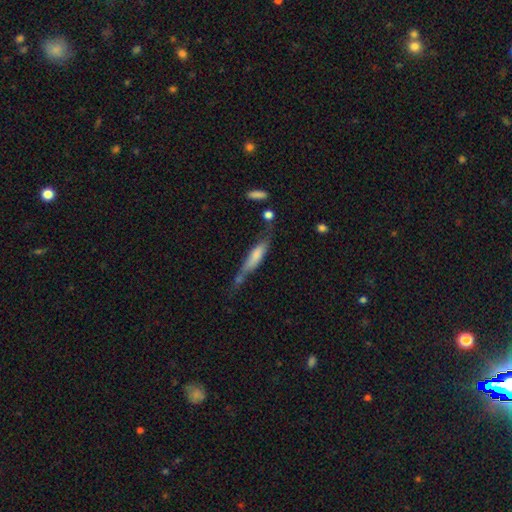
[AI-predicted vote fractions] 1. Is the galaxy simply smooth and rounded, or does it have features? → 60% smooth, 34% featured or disk, 6% star or artifact.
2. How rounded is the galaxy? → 77% cigar-shaped, 20% in between, 2% round.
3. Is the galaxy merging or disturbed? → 40% none, 28% minor disturbance, 17% major disturbance, 15% merger.